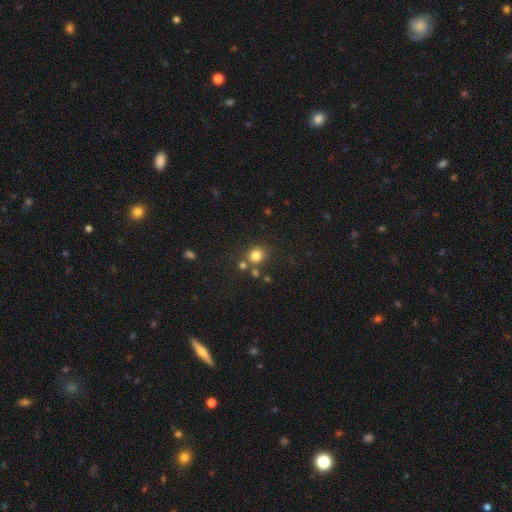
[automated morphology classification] Smooth or featured? smooth (80%)
How rounded? round (84%)
Merging? none (70%)